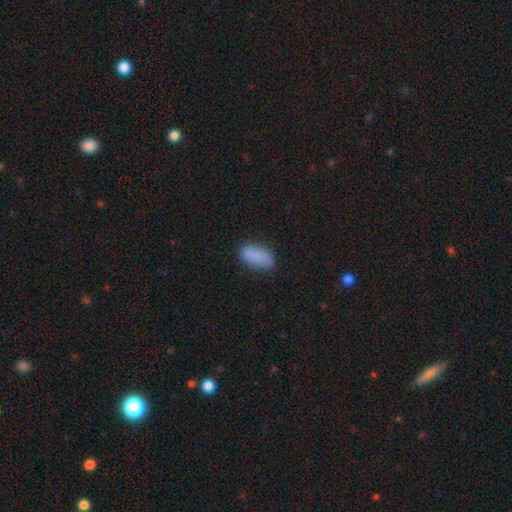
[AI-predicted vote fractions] smooth 85%, featured or disk 8%, star or artifact 7%. Down the decision tree: how rounded — in between (85%); merging — none (74%).